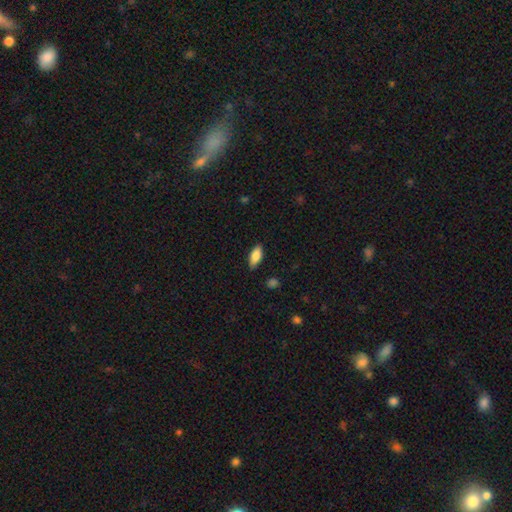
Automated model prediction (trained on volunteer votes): Q: Smooth or featured?
A: smooth (83%); runner-up: featured or disk (11%)
Q: How rounded?
A: in between (83%); runner-up: cigar-shaped (15%)
Q: Merging?
A: none (83%); runner-up: minor disturbance (13%)